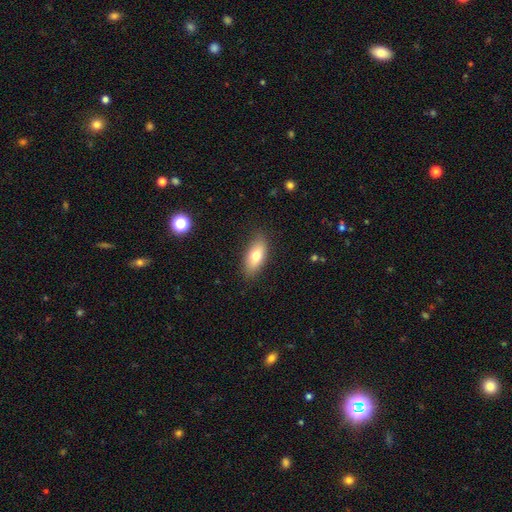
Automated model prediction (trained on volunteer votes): Morphology: type=smooth (74%); roundness=in between (84%); merging=none (84%).